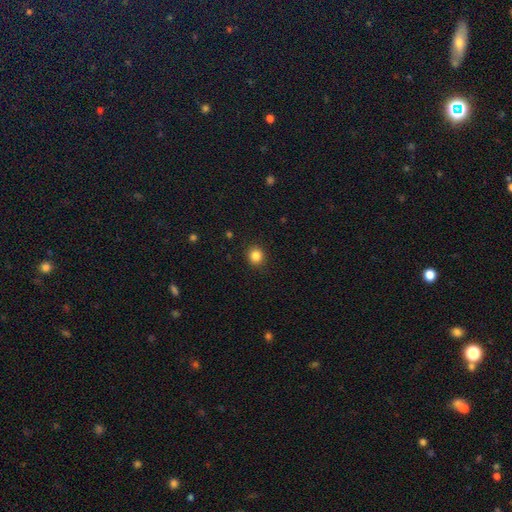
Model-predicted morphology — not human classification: This is clearly a smooth galaxy (85%). How rounded: clearly round (88%). Merging: clearly none (90%).